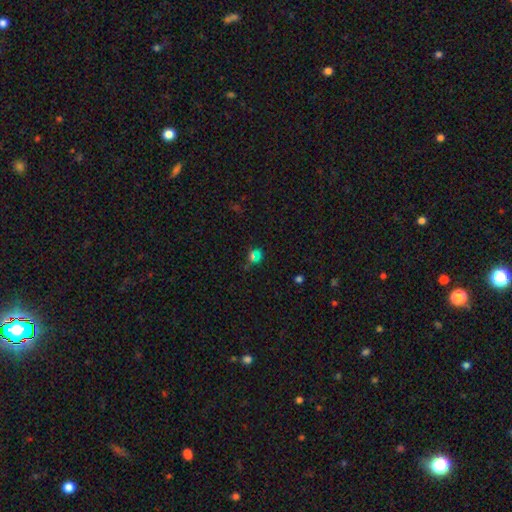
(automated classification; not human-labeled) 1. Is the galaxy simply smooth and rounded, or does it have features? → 57% smooth, 33% star or artifact, 10% featured or disk.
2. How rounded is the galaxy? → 72% round, 26% in between, 2% cigar-shaped.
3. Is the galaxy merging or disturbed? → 62% none, 17% minor disturbance, 13% merger, 8% major disturbance.